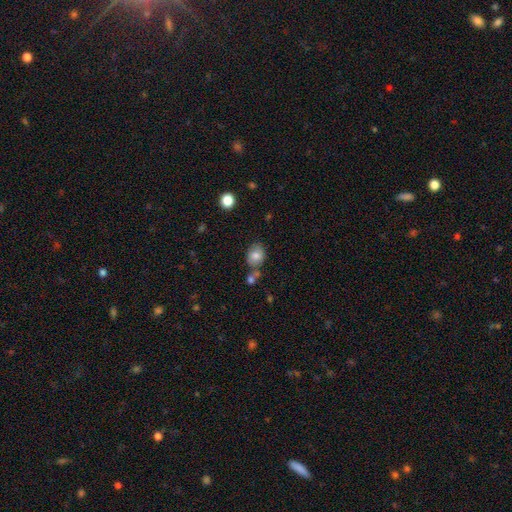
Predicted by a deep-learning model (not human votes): This appears to be a smooth galaxy with no disk features (78%) that is in between round and cigar-shaped (51%). Merging: none (61%).